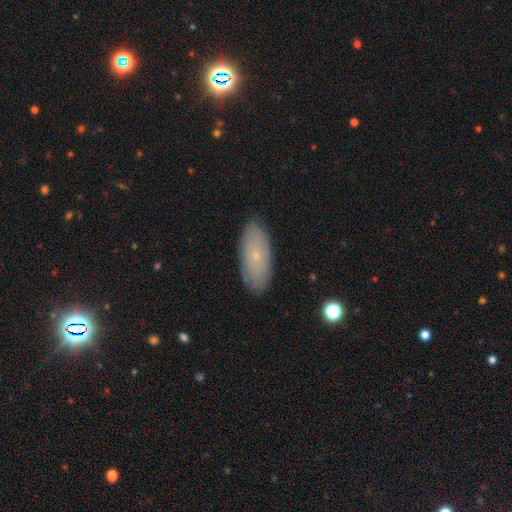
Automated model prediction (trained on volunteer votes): Smooth or featured? Predicted: smooth (p=0.59). How rounded? Predicted: in between (p=0.85). Merging? Predicted: none (p=0.87).